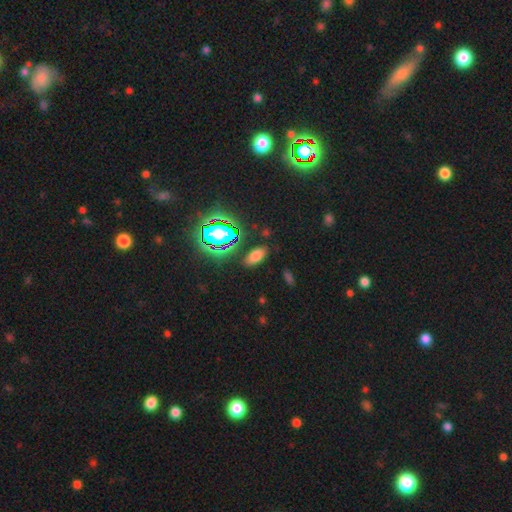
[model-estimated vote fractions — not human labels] This is likely a smooth galaxy (66%). How rounded: clearly in between (88%). Merging: clearly none (84%).